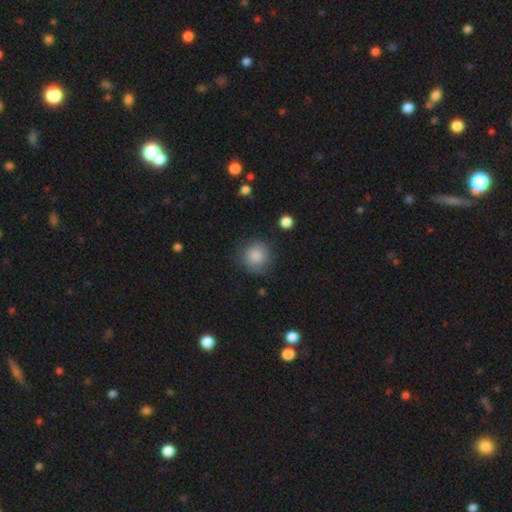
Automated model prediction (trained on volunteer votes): smooth 84%, star or artifact 9%, featured or disk 7%. Down the decision tree: how rounded — round (91%); merging — none (76%).